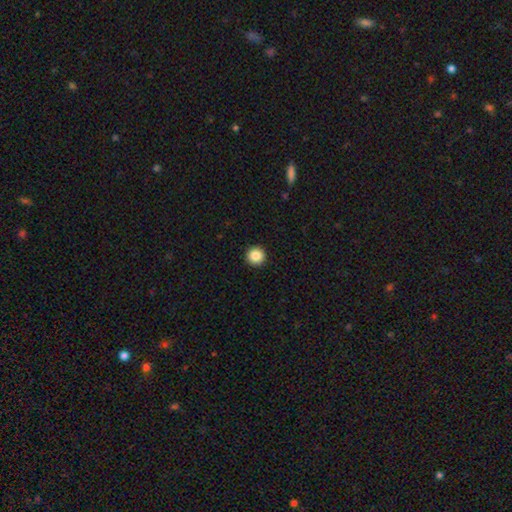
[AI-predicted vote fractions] Morphology: type=smooth (87%); roundness=round (96%); merging=none (94%).